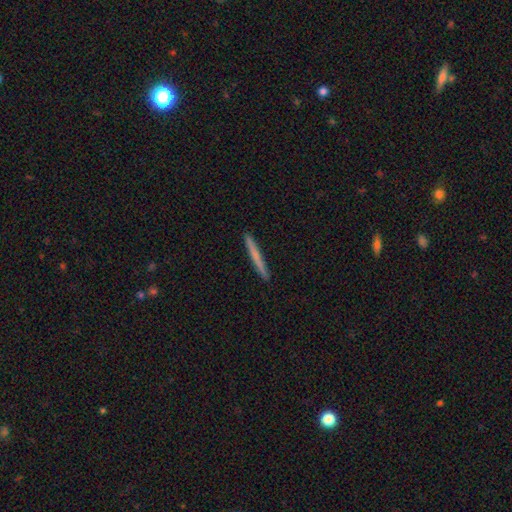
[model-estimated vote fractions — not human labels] Morphology: type=smooth (64%); roundness=cigar-shaped (97%); merging=none (93%).